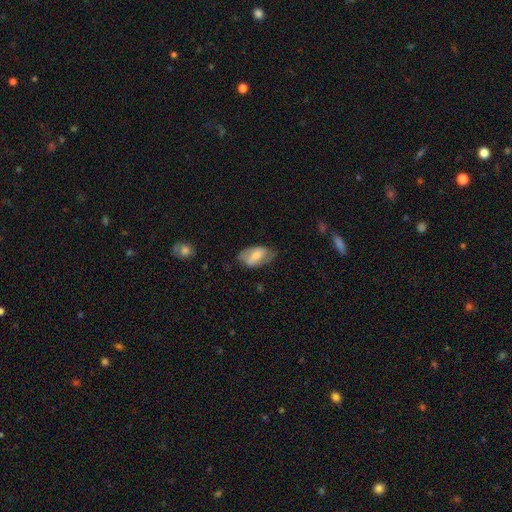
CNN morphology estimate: smooth_or_featured: smooth (p=0.51) [alt: featured or disk p=0.43]
how_rounded: in between (p=0.92) [alt: round p=0.05]
merging: none (p=0.61) [alt: minor disturbance p=0.28]